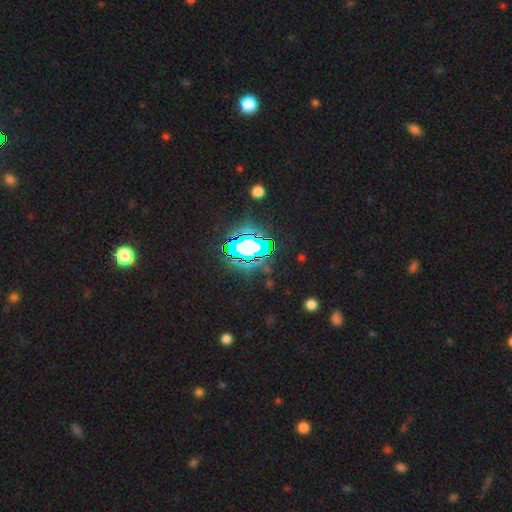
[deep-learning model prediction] This appears to be a star or artifact, not a galaxy (82%).